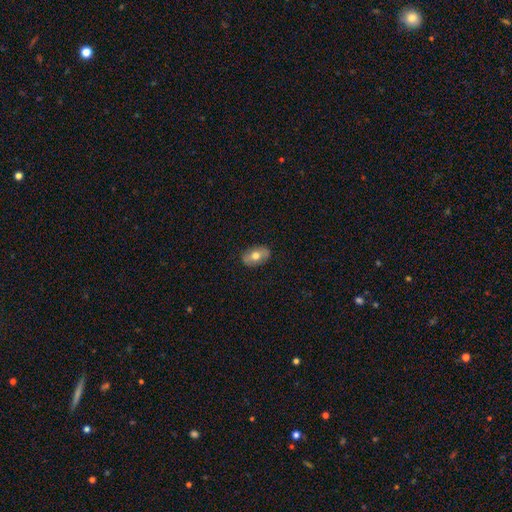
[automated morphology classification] Smooth or featured: smooth — 64% (featured or disk — 29%)
How rounded: in between — 88% (round — 10%)
Merging: none — 85% (minor disturbance — 11%)